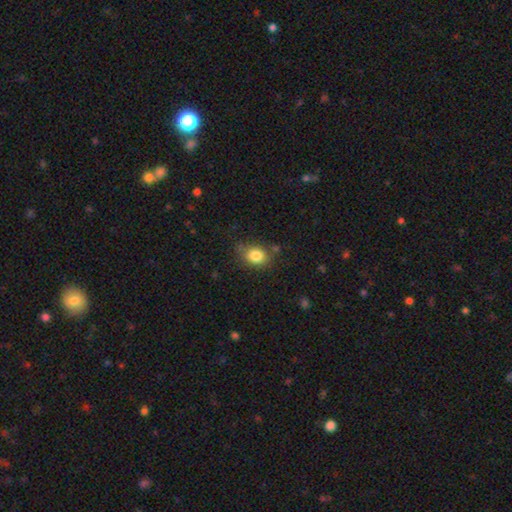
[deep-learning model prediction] Q: Smooth or featured?
A: smooth (83%); runner-up: star or artifact (10%)
Q: How rounded?
A: in between (52%); runner-up: round (47%)
Q: Merging?
A: none (73%); runner-up: minor disturbance (18%)